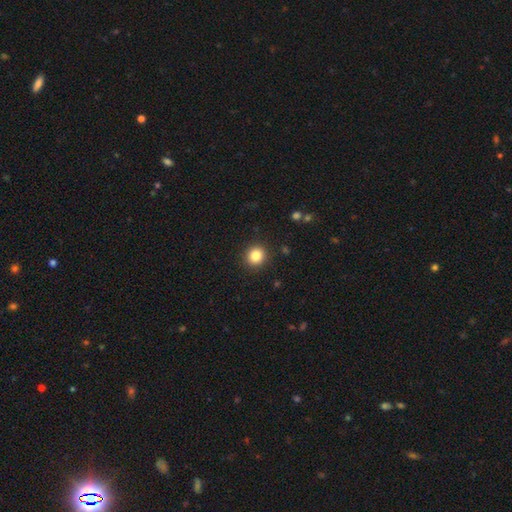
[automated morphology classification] smooth_or_featured: smooth (p=0.84) [alt: star or artifact p=0.11]
how_rounded: round (p=0.89) [alt: in between p=0.10]
merging: none (p=0.91) [alt: minor disturbance p=0.06]